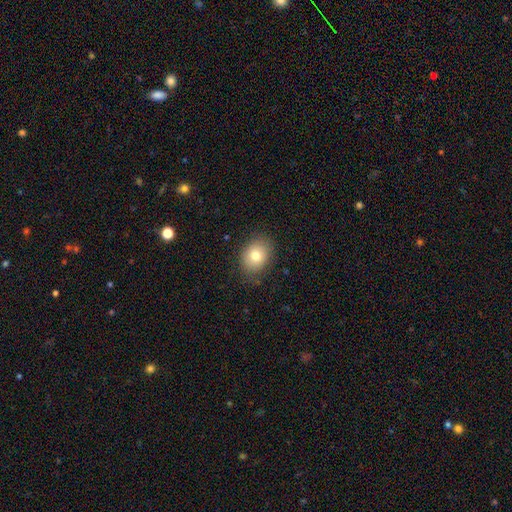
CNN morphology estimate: smooth-or-featured: smooth: 77% | featured or disk: 13% | star or artifact: 10%
  how-rounded: in between: 59% | round: 40% | cigar-shaped: 1%
  merging: none: 82% | minor disturbance: 13% | major disturbance: 3% | merger: 1%